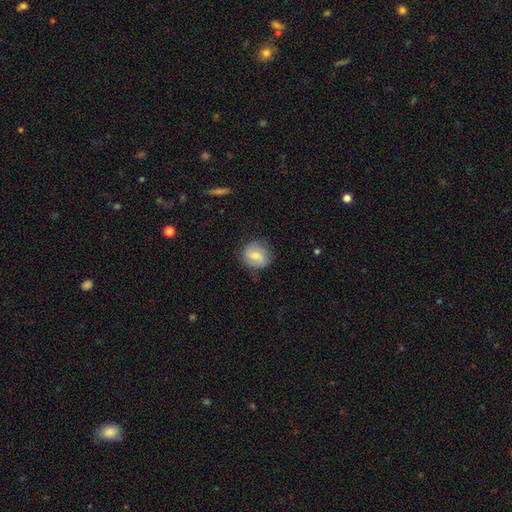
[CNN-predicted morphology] A smooth galaxy with no disk features (60%) that is round (79%).

Vote fractions:
- Smooth or featured? smooth: 60% / featured or disk: 33% / star or artifact: 7%
- How rounded? round: 79% / in between: 20% / cigar-shaped: 1%
- Merging? none: 78% / minor disturbance: 16% / major disturbance: 5% / merger: 1%